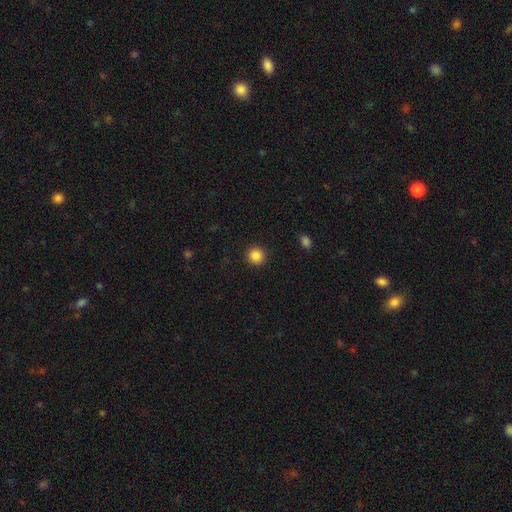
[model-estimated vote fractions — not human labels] Smooth or featured? smooth (87%)
How rounded? round (94%)
Merging? none (92%)